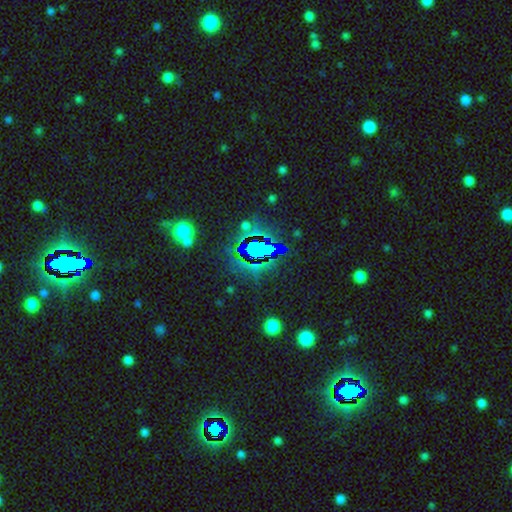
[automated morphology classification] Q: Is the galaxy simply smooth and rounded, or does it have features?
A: star or artifact — 81%.